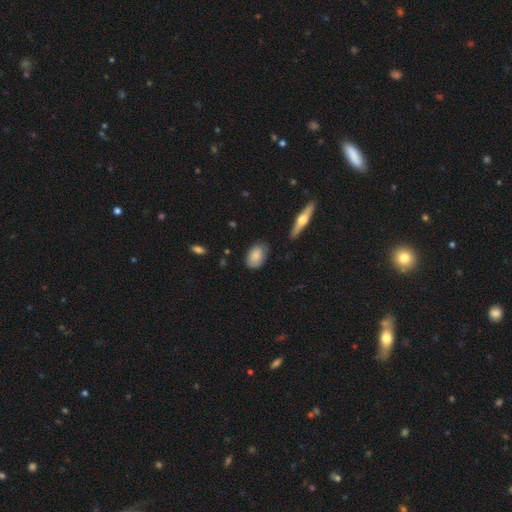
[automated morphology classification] Smooth or featured?
  - smooth: 81% *
  - featured or disk: 13%
  - star or artifact: 6%
How rounded?
  - in between: 88% *
  - round: 10%
  - cigar-shaped: 2%
Merging?
  - none: 72% *
  - minor disturbance: 22%
  - major disturbance: 4%
  - merger: 2%